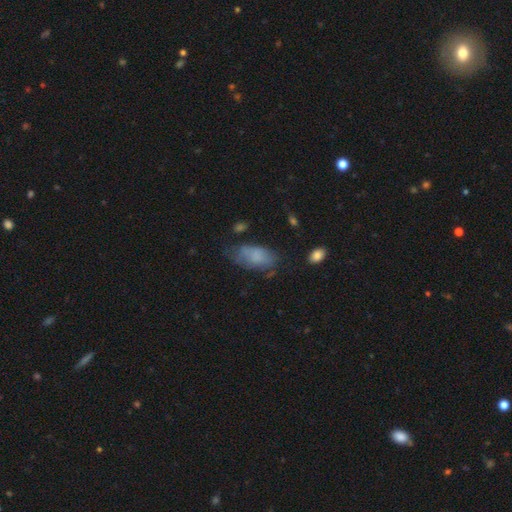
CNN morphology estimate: The model was most divided on "merging": none: 49%, minor disturbance: 31%, major disturbance: 16%, merger: 4%. More confident: how rounded — in between (91%); smooth or featured — smooth (71%).